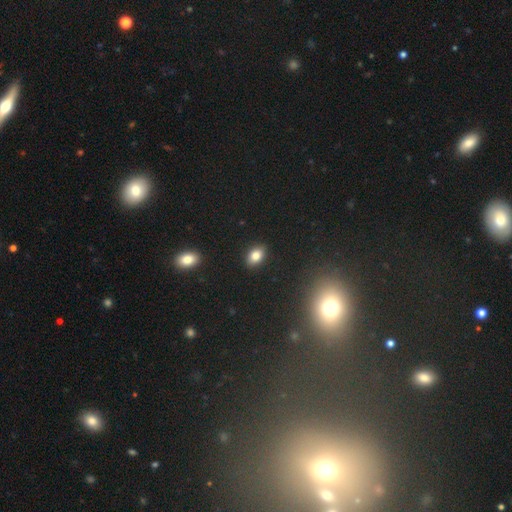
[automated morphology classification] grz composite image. It shows a smooth galaxy with no disk features (82%) that is in between round and cigar-shaped (85%). Merging: none (89%).